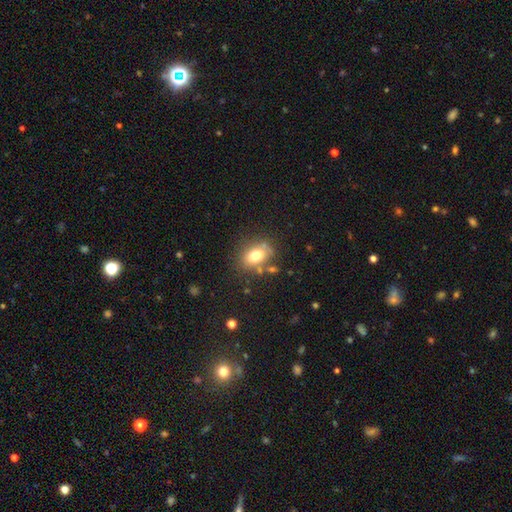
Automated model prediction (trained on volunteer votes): Q: Smooth or featured?
A: smooth (73%); runner-up: featured or disk (16%)
Q: How rounded?
A: in between (71%); runner-up: round (27%)
Q: Merging?
A: none (69%); runner-up: minor disturbance (16%)